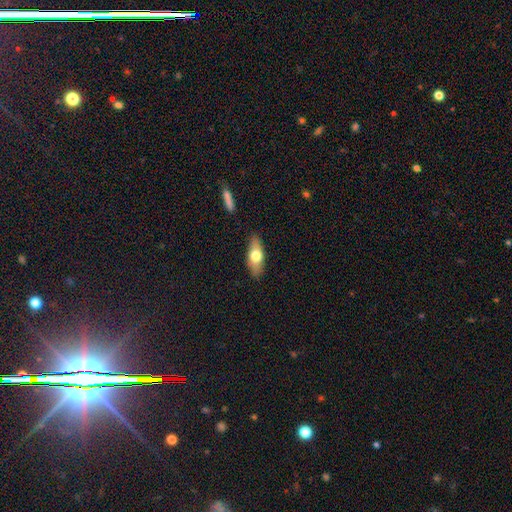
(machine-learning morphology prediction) A smooth galaxy with no disk features (63%) that is in between round and cigar-shaped (73%). Merging: none (86%).